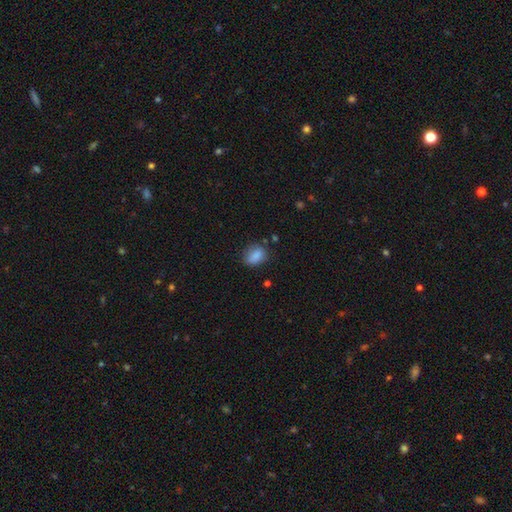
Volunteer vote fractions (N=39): Smooth or featured? 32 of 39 (82%) said smooth. How rounded? 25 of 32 (78%) said in between. Merging? 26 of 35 (74%) said none.